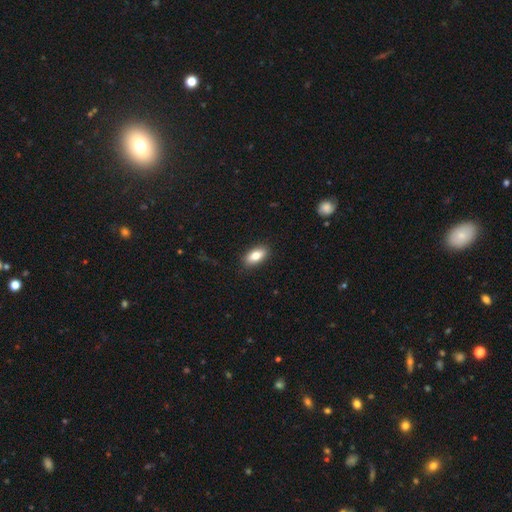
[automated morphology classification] type=smooth (82%); roundness=in between (88%); merging=none (89%).